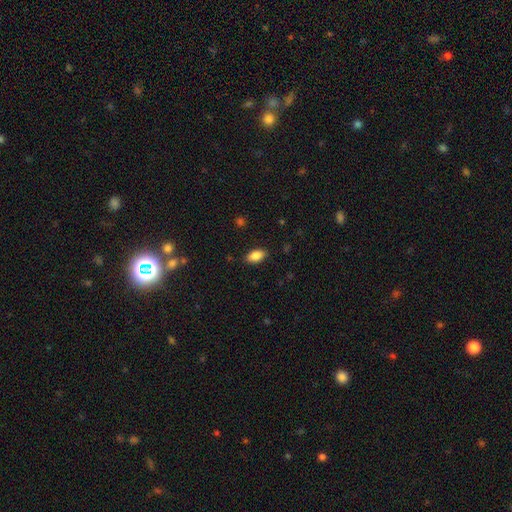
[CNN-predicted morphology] Smooth or featured? Predicted: smooth (p=0.86). How rounded? Predicted: in between (p=0.91). Merging? Predicted: none (p=0.87).